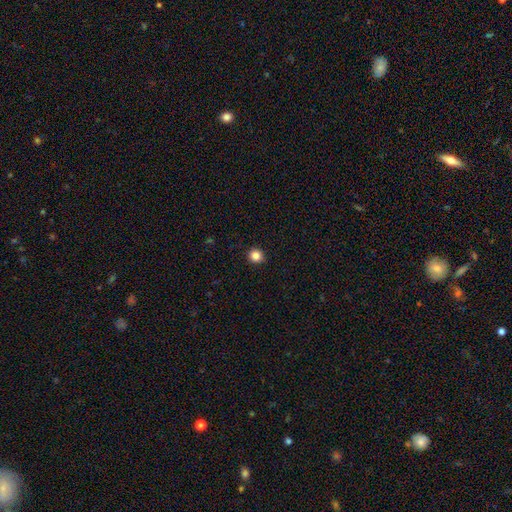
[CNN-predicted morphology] The model was most divided on "smooth or featured": smooth: 85%, star or artifact: 11%, featured or disk: 4%. More confident: merging — none (92%); how rounded — round (89%).